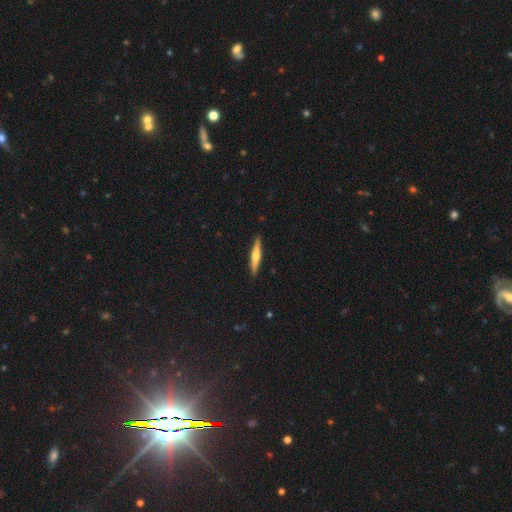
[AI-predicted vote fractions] Morphology: type=featured or disk (50%); merging=none (90%).